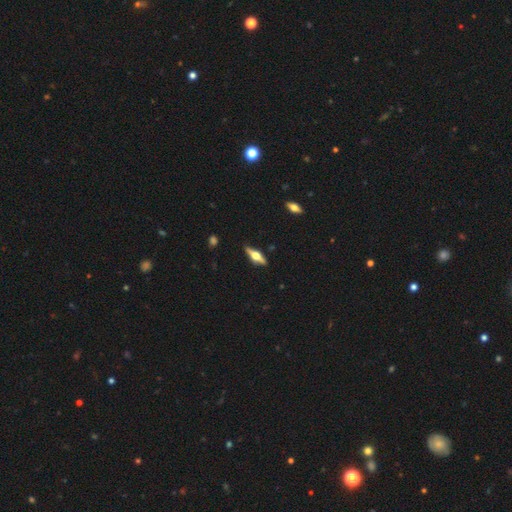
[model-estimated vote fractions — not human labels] Smooth or featured? Predicted: featured or disk (p=0.70). Edge-on disk? Predicted: yes (p=0.96). Edge-on bulge? Predicted: rounded (p=0.95). Merging? Predicted: none (p=0.88).